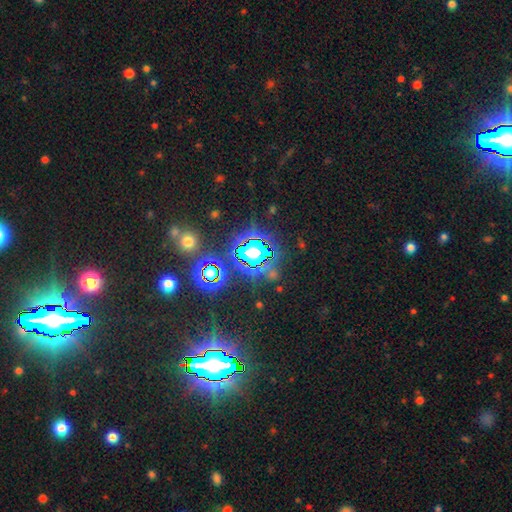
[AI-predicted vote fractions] Overall: star or artifact (81%).